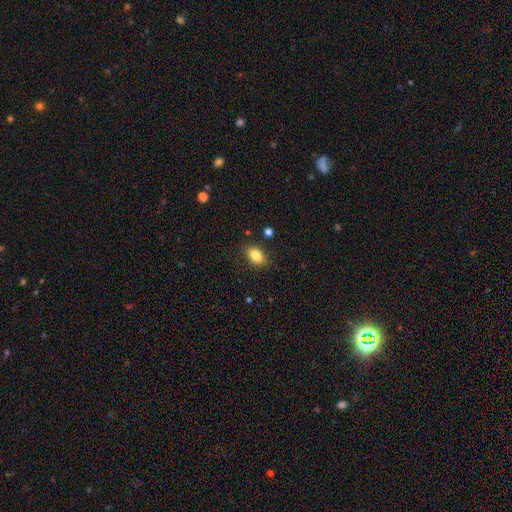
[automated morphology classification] smooth 84%, star or artifact 9%, featured or disk 7%. Down the decision tree: how rounded — in between (82%); merging — none (83%).